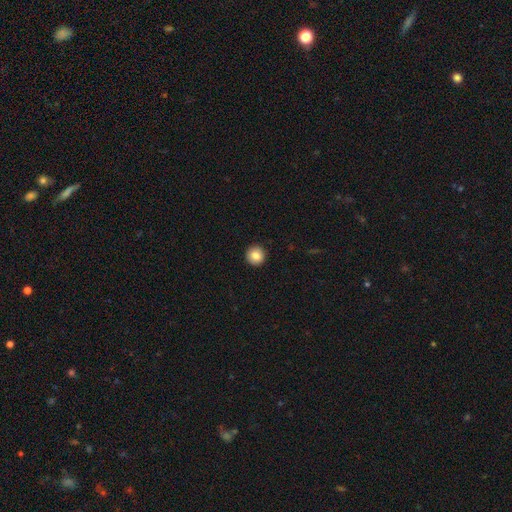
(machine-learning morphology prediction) Overall: smooth (85%). How rounded: round (95%). Merging: none (93%).